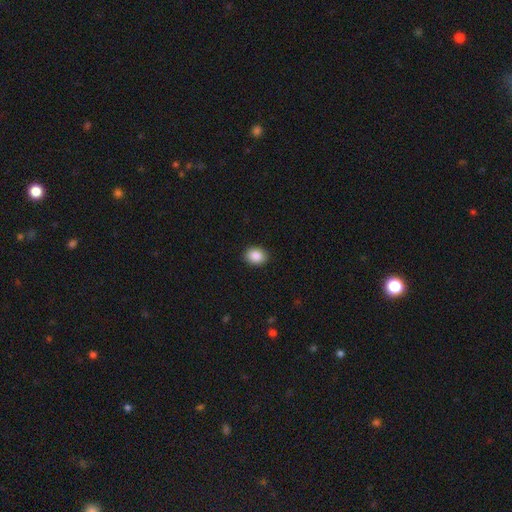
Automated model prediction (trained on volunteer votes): A smooth galaxy with no disk features (88%) that is in between round and cigar-shaped (59%).

Vote fractions:
- Smooth or featured? smooth: 88% / star or artifact: 8% / featured or disk: 4%
- How rounded? in between: 59% / round: 40% / cigar-shaped: 1%
- Merging? none: 90% / minor disturbance: 7% / major disturbance: 2% / merger: 1%